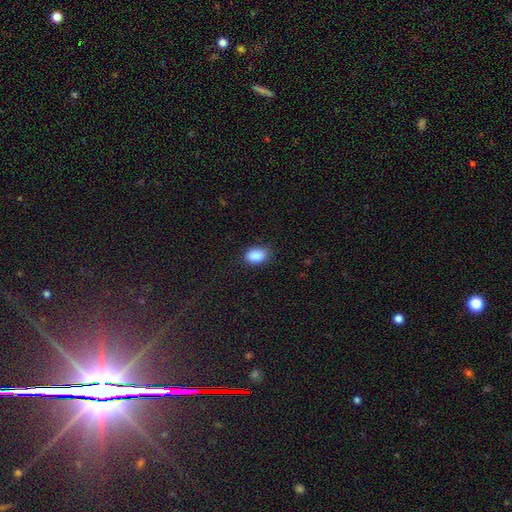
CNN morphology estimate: Q: Smooth or featured?
A: smooth (89%); runner-up: star or artifact (8%)
Q: How rounded?
A: in between (86%); runner-up: round (13%)
Q: Merging?
A: none (83%); runner-up: minor disturbance (13%)